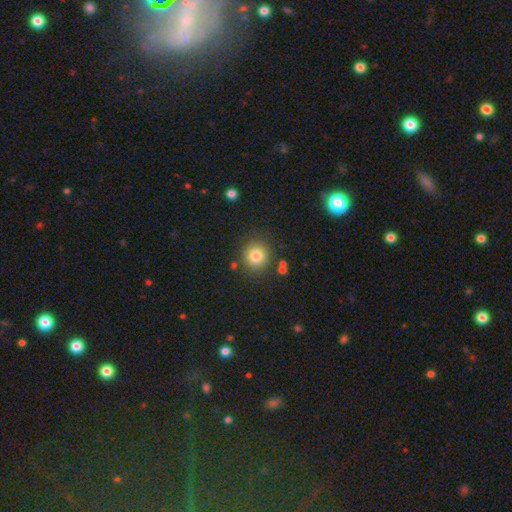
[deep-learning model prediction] Smooth or featured? smooth (80%)
How rounded? round (90%)
Merging? none (84%)